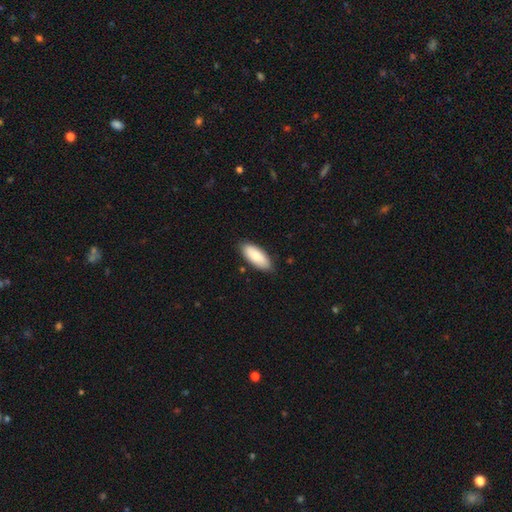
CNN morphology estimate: This is clearly a smooth galaxy (82%). How rounded: clearly in between (83%). Merging: clearly none (85%).